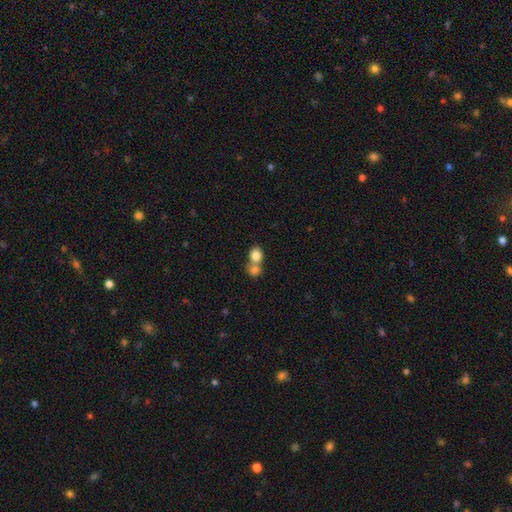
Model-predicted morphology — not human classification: smooth 81%, featured or disk 10%, star or artifact 9%. Down the decision tree: how rounded — round (65%); merging — merger (58%).